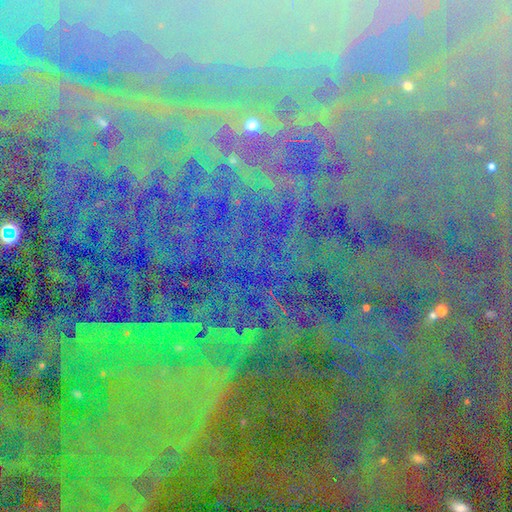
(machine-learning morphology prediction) star or artifact 86%, featured or disk 7%, smooth 7%.